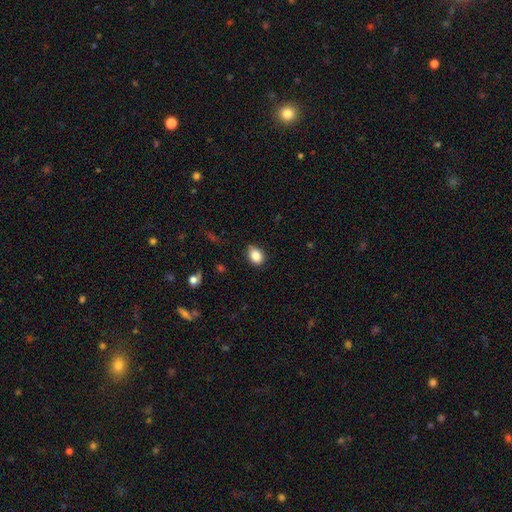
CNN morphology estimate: Q: Smooth or featured?
A: smooth (86%); runner-up: star or artifact (9%)
Q: How rounded?
A: in between (63%); runner-up: round (36%)
Q: Merging?
A: none (82%); runner-up: minor disturbance (14%)